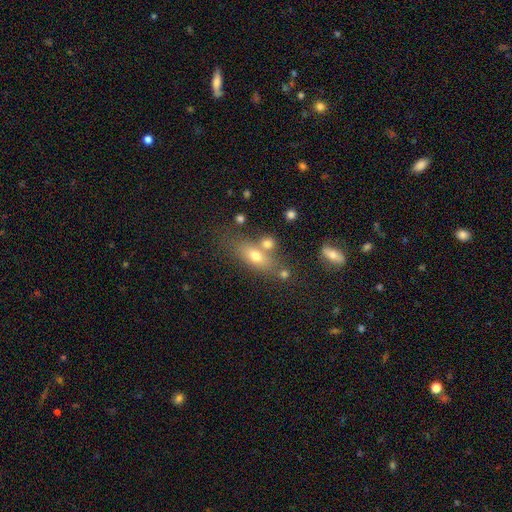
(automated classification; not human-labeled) Smooth or featured?
  - smooth: 65% *
  - featured or disk: 23%
  - star or artifact: 12%
How rounded?
  - in between: 66% *
  - cigar-shaped: 23%
  - round: 12%
Merging?
  - none: 55% *
  - merger: 25%
  - minor disturbance: 14%
  - major disturbance: 7%